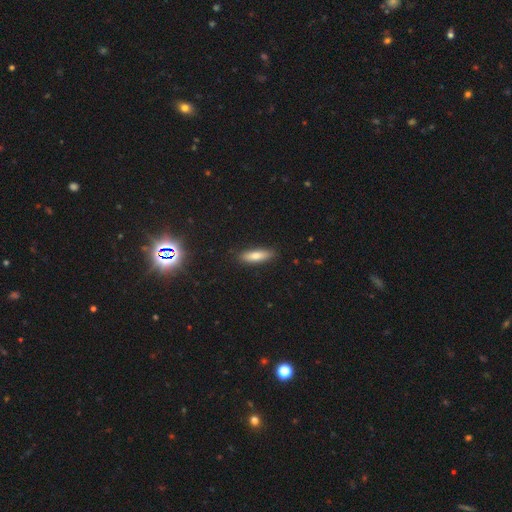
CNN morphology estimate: The model was most divided on "how rounded": cigar-shaped: 54%, in between: 43%, round: 3%. More confident: merging — none (89%); smooth or featured — smooth (69%).